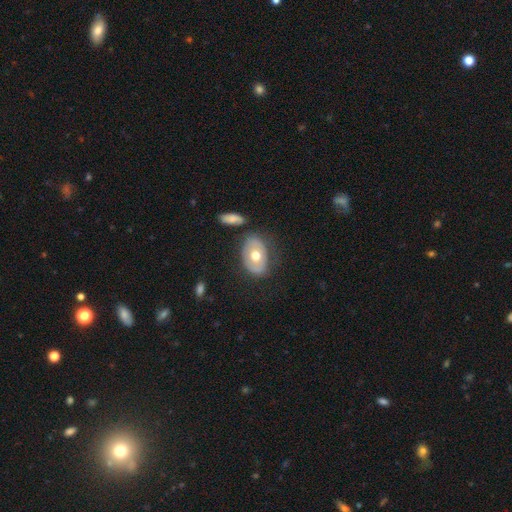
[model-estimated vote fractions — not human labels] smooth-or-featured: smooth: 52% | featured or disk: 42% | star or artifact: 6%
  how-rounded: in between: 82% | round: 17% | cigar-shaped: 1%
  merging: none: 69% | minor disturbance: 17% | merger: 7% | major disturbance: 7%